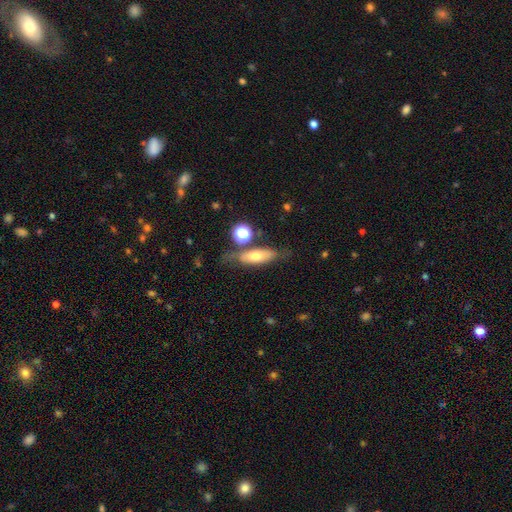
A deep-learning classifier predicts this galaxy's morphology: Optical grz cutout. It shows a smooth galaxy with no disk features (56%) that is in between round and cigar-shaped (55%). Merging: none (61%).